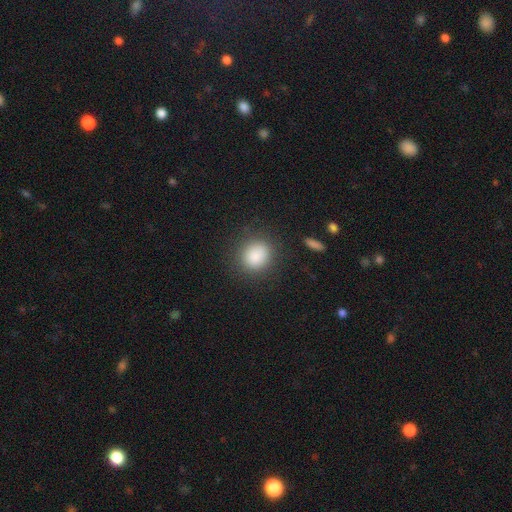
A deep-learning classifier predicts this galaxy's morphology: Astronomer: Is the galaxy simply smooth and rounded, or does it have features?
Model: smooth — 86%.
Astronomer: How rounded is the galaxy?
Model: round — 75%.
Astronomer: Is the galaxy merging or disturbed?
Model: none — 84%.